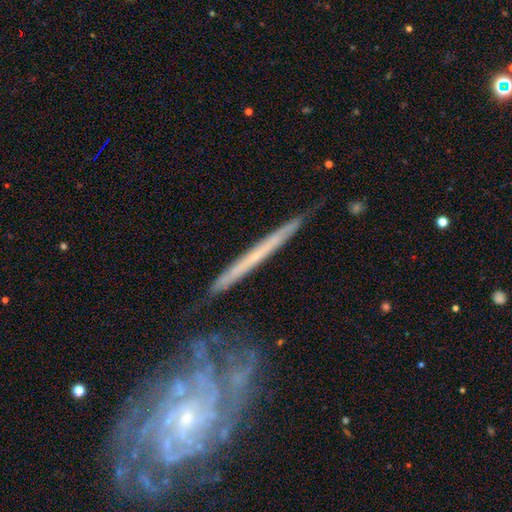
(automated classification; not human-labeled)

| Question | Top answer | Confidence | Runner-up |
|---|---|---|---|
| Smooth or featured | featured or disk | 68% | smooth (25%) |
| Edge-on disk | yes | 83% | no (17%) |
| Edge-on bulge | none | 83% | rounded (14%) |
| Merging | none | 75% | minor disturbance (16%) |